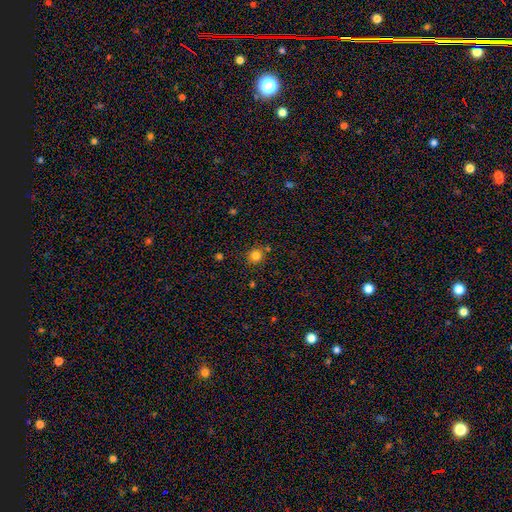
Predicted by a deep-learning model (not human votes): smooth 81%, star or artifact 14%, featured or disk 5%. Down the decision tree: how rounded — round (92%); merging — none (83%).